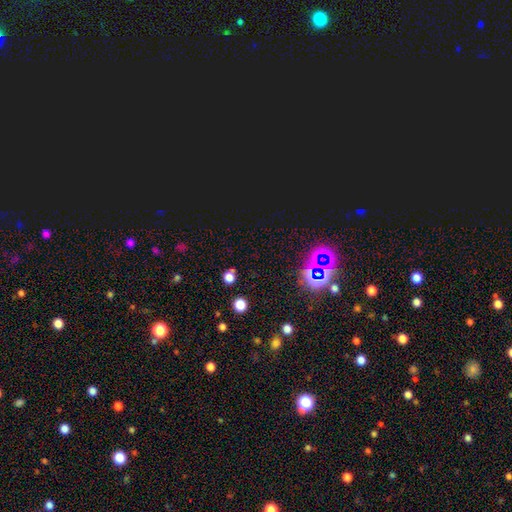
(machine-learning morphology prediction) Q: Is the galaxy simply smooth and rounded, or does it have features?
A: star or artifact — 64%.